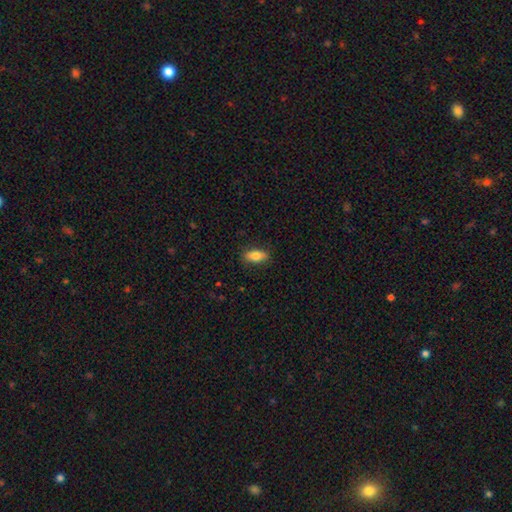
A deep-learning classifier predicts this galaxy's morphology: smooth 82%, featured or disk 11%, star or artifact 7%. Down the decision tree: how rounded — in between (84%); merging — none (86%).